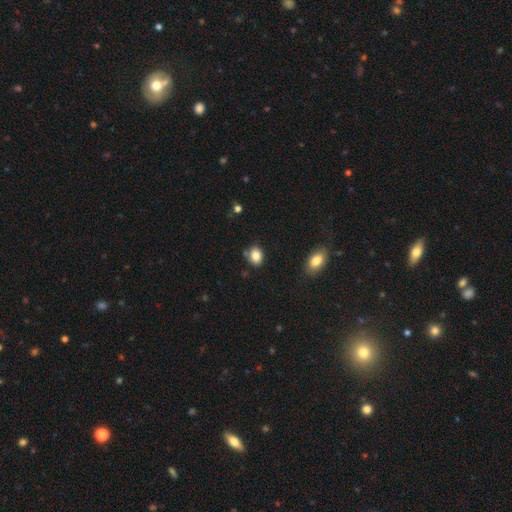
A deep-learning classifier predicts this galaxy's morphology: A smooth galaxy with no disk features (84%) that is in between round and cigar-shaped (57%).

Vote fractions:
- Smooth or featured? smooth: 84% / star or artifact: 10% / featured or disk: 6%
- How rounded? in between: 57% / round: 42% / cigar-shaped: 1%
- Merging? none: 74% / minor disturbance: 16% / merger: 6% / major disturbance: 3%